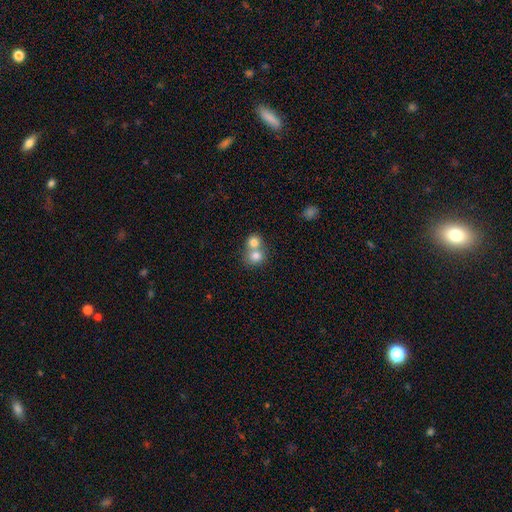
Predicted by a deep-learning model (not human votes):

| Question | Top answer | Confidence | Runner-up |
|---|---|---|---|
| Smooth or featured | smooth | 78% | featured or disk (12%) |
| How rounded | round | 78% | in between (21%) |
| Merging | merger | 62% | none (31%) |